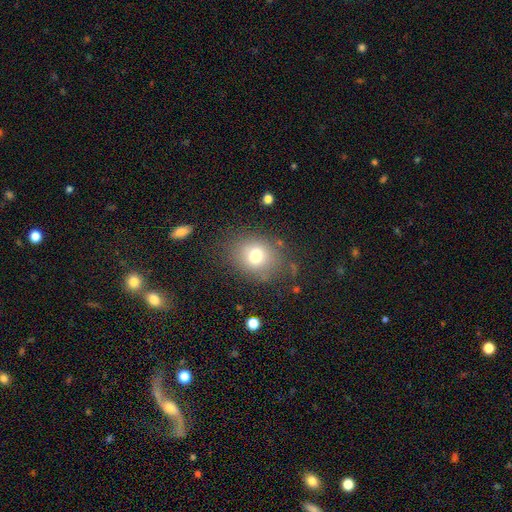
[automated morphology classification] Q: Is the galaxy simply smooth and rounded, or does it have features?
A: smooth — 74%.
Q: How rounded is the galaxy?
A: round — 60%.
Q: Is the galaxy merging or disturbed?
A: none — 77%.